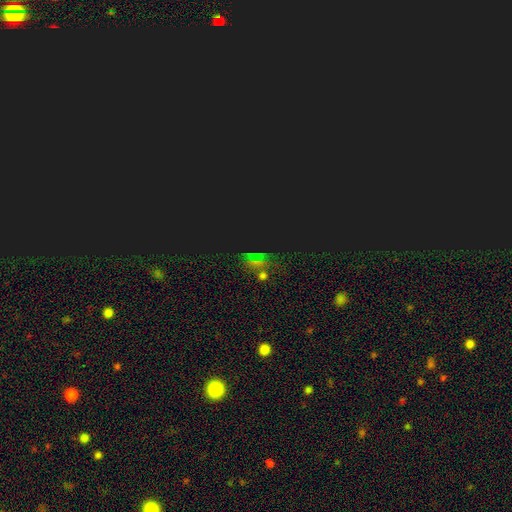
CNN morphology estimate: A star or artifact, not a galaxy (70%).

Vote fractions:
- Smooth or featured? star or artifact: 70% / smooth: 21% / featured or disk: 9%